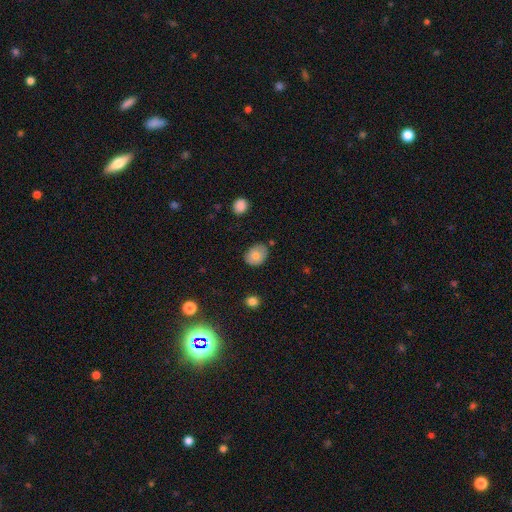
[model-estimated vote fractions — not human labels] smooth 77%, featured or disk 15%, star or artifact 9%. Down the decision tree: how rounded — in between (61%); merging — none (77%).